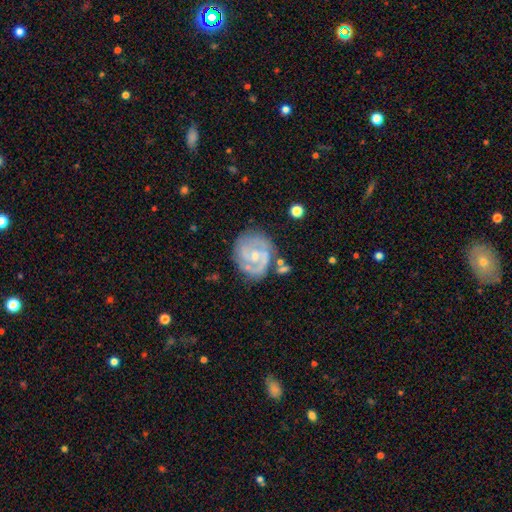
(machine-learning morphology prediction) Smooth or featured? Predicted: featured or disk (p=0.85). Edge-on disk? Predicted: no (p=0.98). Bar? Predicted: no (p=0.57). Spiral arms? Predicted: yes (p=0.95). Spiral winding? Predicted: tight (p=0.52). Spiral arm count? Predicted: 2 (p=0.70). Bulge size? Predicted: small (p=0.61). Merging? Predicted: none (p=0.70).